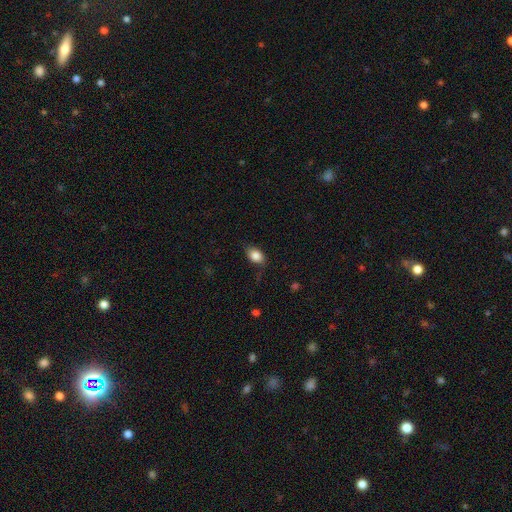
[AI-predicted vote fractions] The model was most divided on "merging": none: 72%, minor disturbance: 20%, major disturbance: 7%, merger: 1%. More confident: smooth or featured — smooth (84%); how rounded — in between (82%).